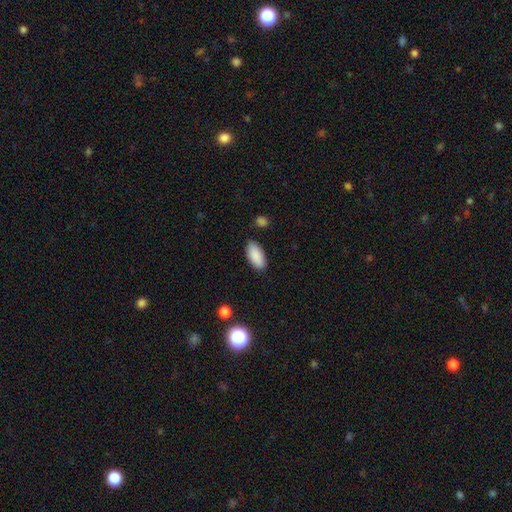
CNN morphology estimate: The model was most divided on "merging": none: 86%, minor disturbance: 10%, major disturbance: 2%, merger: 2%. More confident: how rounded — in between (91%); smooth or featured — smooth (90%).